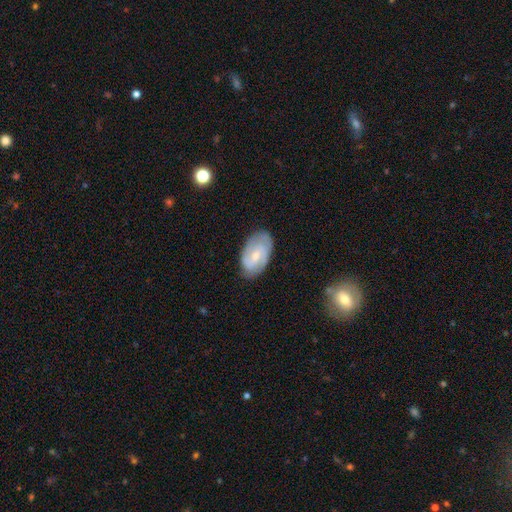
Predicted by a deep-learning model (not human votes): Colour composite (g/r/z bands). It shows a featured or disk galaxy (71%) with a weak bar (50%), 2 (70%) medium (43%) spiral arms (91%) and a small central bulge (56%). Merging: none (80%).